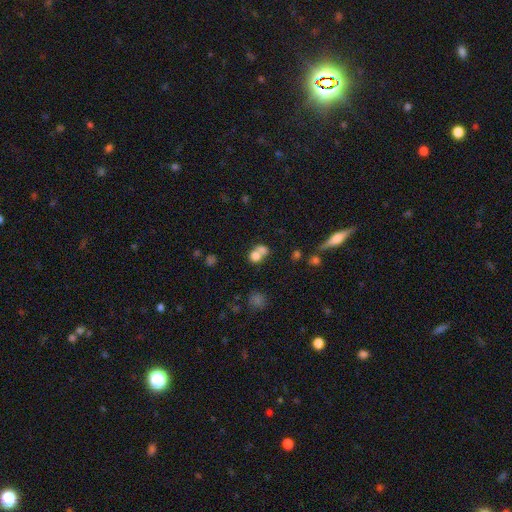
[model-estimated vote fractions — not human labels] Overall: smooth (73%). How rounded: round (68%; in between 30%). Merging: merger (61%; none 28%).